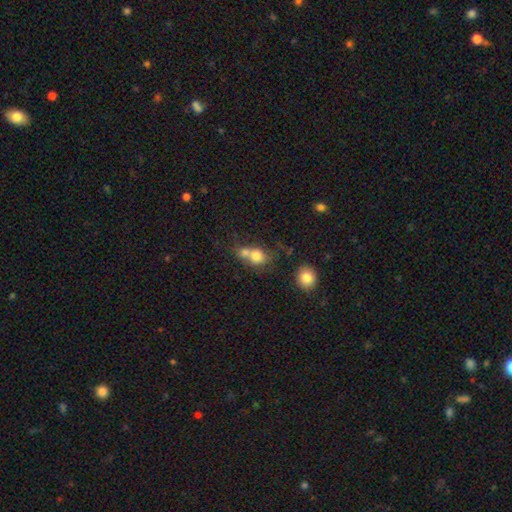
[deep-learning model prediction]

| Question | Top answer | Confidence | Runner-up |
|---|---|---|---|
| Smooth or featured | smooth | 76% | featured or disk (13%) |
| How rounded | round | 69% | in between (30%) |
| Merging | merger | 57% | none (30%) |